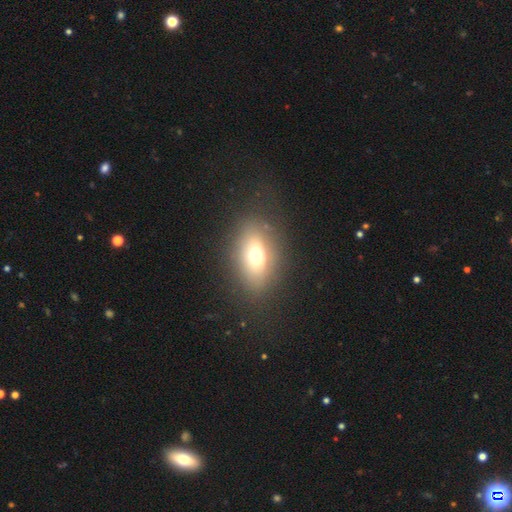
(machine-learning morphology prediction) smooth_or_featured: smooth (p=0.65) [alt: featured or disk p=0.21]
how_rounded: in between (p=0.77) [alt: round p=0.19]
merging: none (p=0.80) [alt: minor disturbance p=0.12]